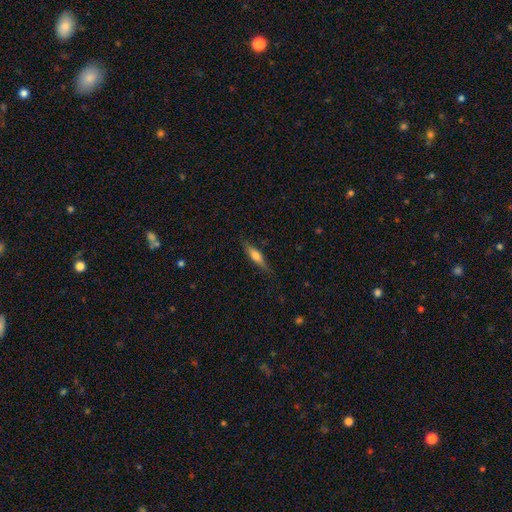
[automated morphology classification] A smooth galaxy with no disk features (54%) that is cigar-shaped (70%). Merging: none (84%).